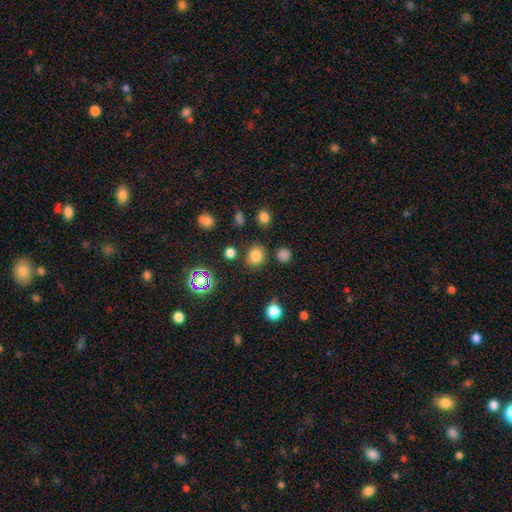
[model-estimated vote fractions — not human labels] Overall: smooth (77%). How rounded: round (74%). Merging: none (81%).